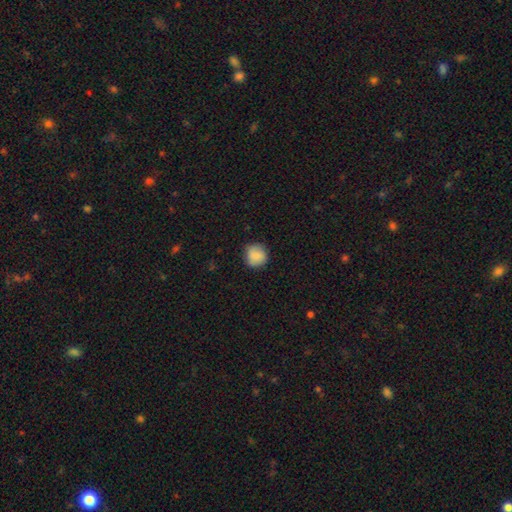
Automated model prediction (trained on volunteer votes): smooth 86%, star or artifact 8%, featured or disk 6%. Down the decision tree: how rounded — round (89%); merging — none (79%).